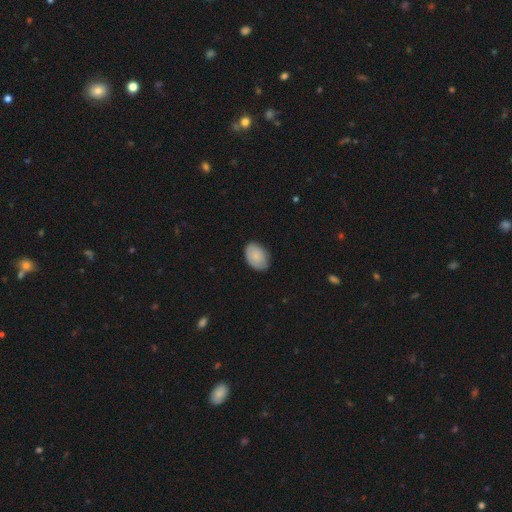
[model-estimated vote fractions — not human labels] This is likely a smooth galaxy (78%). How rounded: clearly in between (84%). Merging: clearly none (80%).